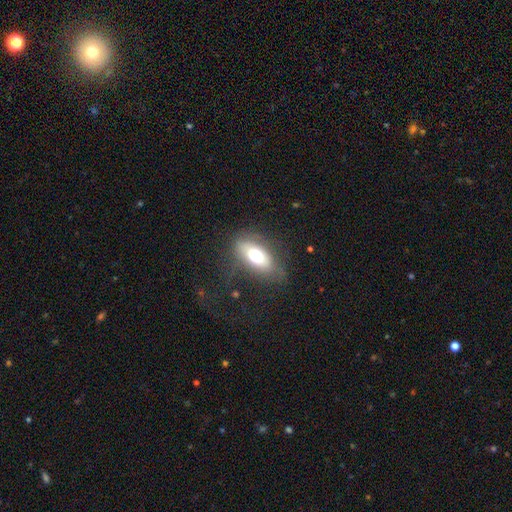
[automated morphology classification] type=smooth (66%); roundness=in between (86%); merging=none (69%).